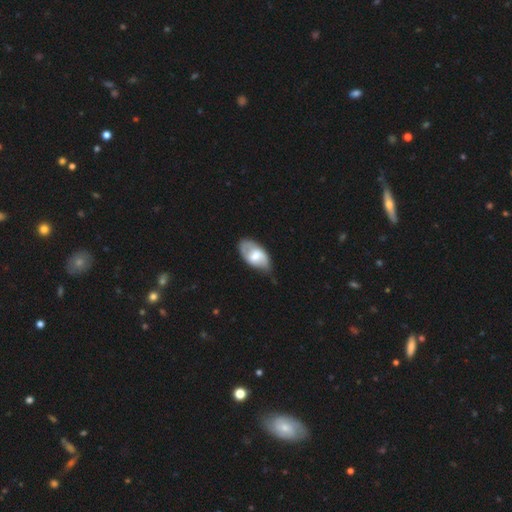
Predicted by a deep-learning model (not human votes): Q: Smooth or featured?
A: featured or disk (52%); runner-up: smooth (42%)
Q: Edge-on disk?
A: no (93%); runner-up: yes (7%)
Q: Merging?
A: none (63%); runner-up: minor disturbance (28%)